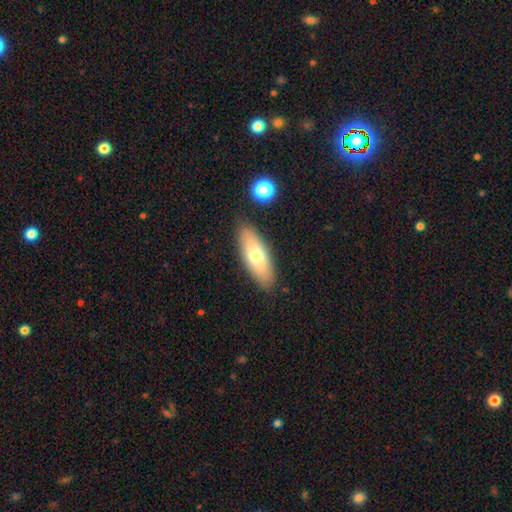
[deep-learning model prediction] Morphology: type=smooth (68%); roundness=in between (68%); merging=none (86%).